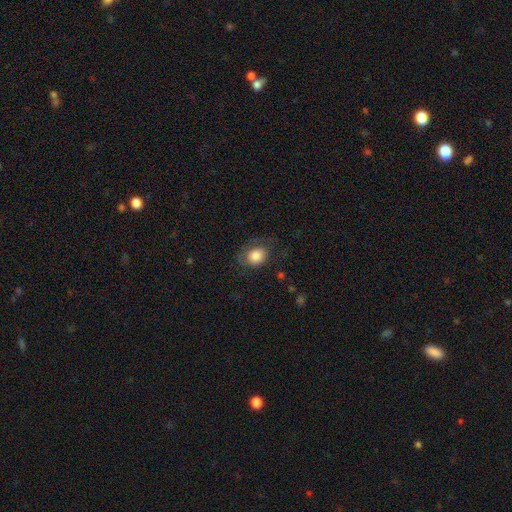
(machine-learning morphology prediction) Smooth or featured? smooth (80%)
How rounded? in between (51%)
Merging? none (58%)